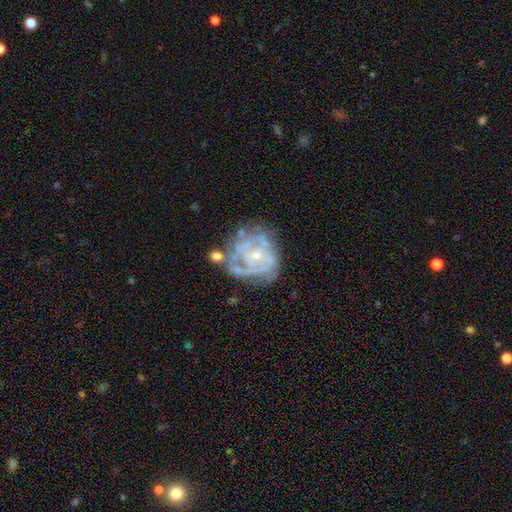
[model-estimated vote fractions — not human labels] The model was most divided on "spiral arm count": can't tell: 39%, 3: 23%, 2: 16%, 4: 11%, 1: 5%, more than 4: 5%. Remaining: edge-on disk — no (98%); spiral arms — yes (85%); smooth or featured — featured or disk (82%); bar — no (73%); bulge size — small (69%); spiral winding — tight (66%); merging — none (49%).